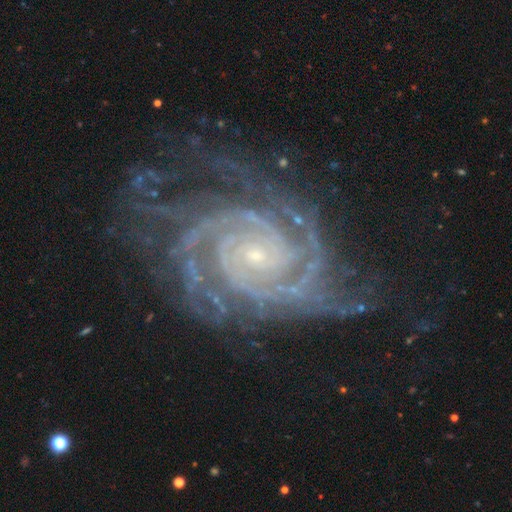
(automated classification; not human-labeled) featured or disk 93%, star or artifact 5%, smooth 2%. Down the decision tree: edge-on disk — no (98%); bar — no (69%); spiral arms — yes (99%); spiral arm count — 2 (26%); spiral winding — tight (78%); bulge size — small (83%); merging — none (68%).